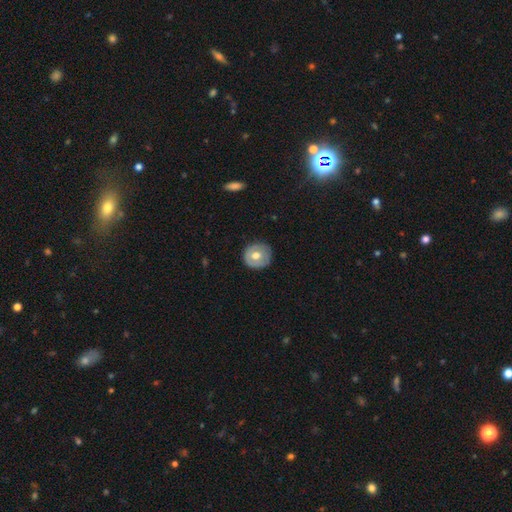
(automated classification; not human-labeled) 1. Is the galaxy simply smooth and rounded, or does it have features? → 54% smooth, 40% featured or disk, 6% star or artifact.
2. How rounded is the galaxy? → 88% round, 11% in between, 1% cigar-shaped.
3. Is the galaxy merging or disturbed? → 82% none, 14% minor disturbance, 3% major disturbance, 1% merger.